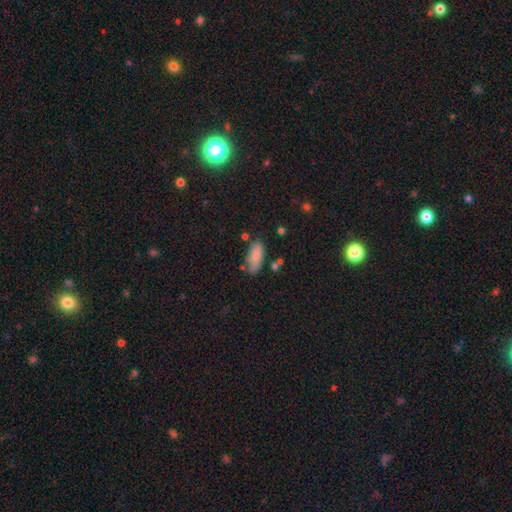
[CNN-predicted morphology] A smooth galaxy with no disk features (83%) that is in between round and cigar-shaped (83%). Merging: none (69%).